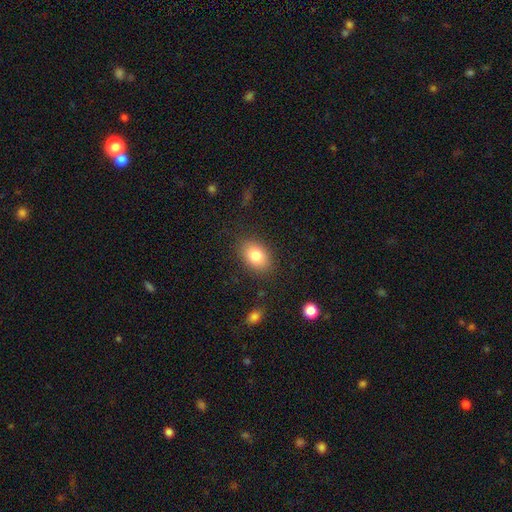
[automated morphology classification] Smooth or featured? smooth (82%)
How rounded? in between (83%)
Merging? none (84%)